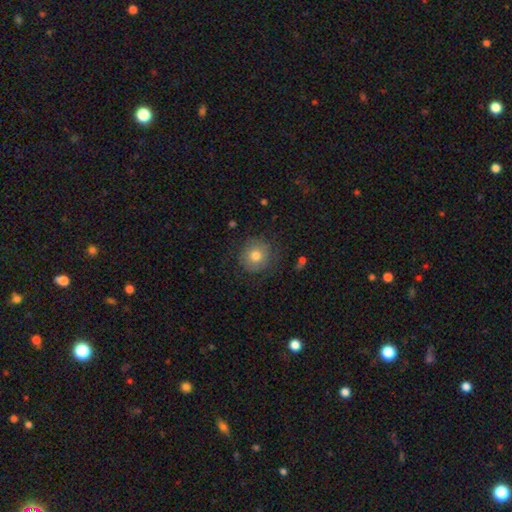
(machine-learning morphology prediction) Smooth or featured: smooth — 72% (featured or disk — 18%)
How rounded: round — 89% (in between — 10%)
Merging: none — 78% (minor disturbance — 14%)